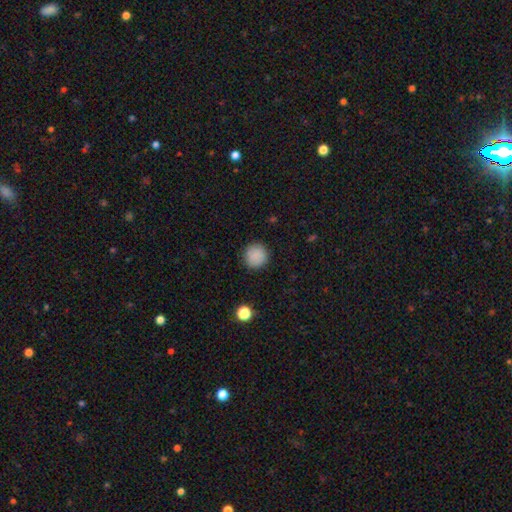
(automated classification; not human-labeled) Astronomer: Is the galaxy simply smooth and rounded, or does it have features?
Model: smooth — 87%.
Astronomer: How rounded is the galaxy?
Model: round — 93%.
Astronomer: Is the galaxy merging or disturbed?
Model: none — 90%.